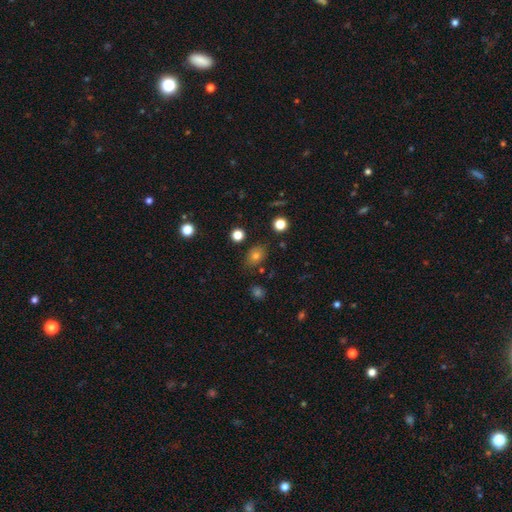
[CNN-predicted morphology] The model was most divided on "how rounded": in between: 66%, round: 33%, cigar-shaped: 1%. More confident: merging — none (80%); smooth or featured — smooth (76%).